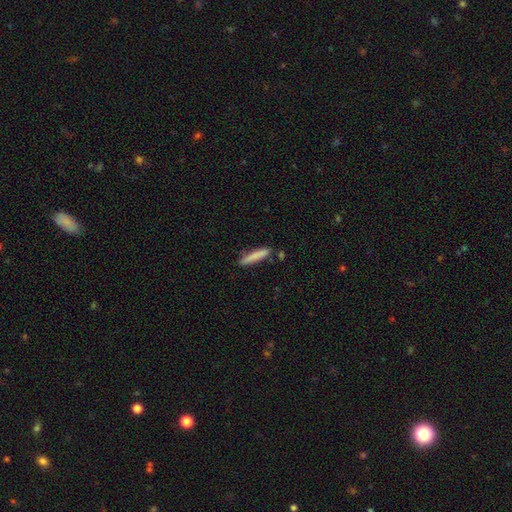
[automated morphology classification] A smooth galaxy with no disk features (82%) that is cigar-shaped (91%). Merging: none (81%).